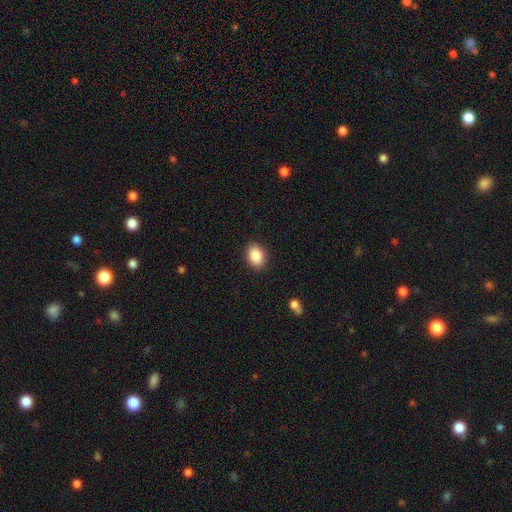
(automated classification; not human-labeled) This is clearly a smooth galaxy (88%). How rounded: likely in between (80%). Merging: clearly none (89%).